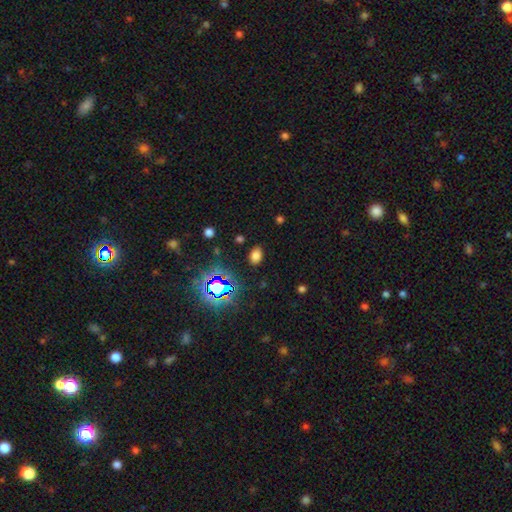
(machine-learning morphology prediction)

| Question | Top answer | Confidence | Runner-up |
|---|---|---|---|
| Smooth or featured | smooth | 70% | star or artifact (24%) |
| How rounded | in between | 79% | round (20%) |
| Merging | none | 86% | minor disturbance (9%) |